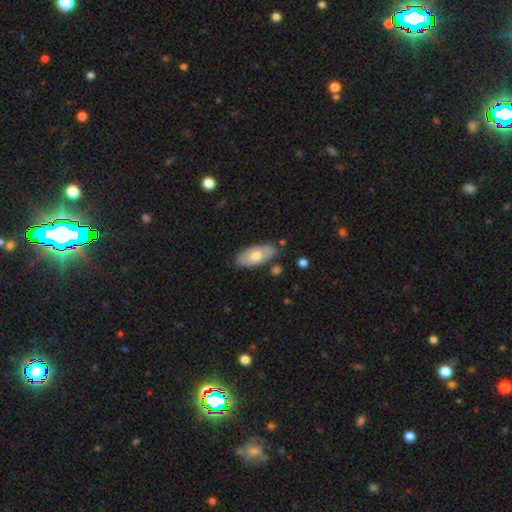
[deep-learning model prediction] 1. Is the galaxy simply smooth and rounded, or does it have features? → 63% smooth, 32% featured or disk, 6% star or artifact.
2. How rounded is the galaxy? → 90% in between, 7% cigar-shaped, 3% round.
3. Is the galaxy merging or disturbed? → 79% none, 15% minor disturbance, 4% merger, 3% major disturbance.